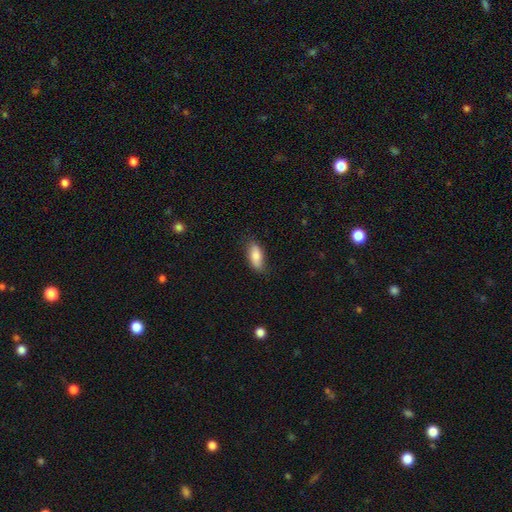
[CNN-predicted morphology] A smooth galaxy with no disk features (81%) that is in between round and cigar-shaped (81%). Merging: none (80%).